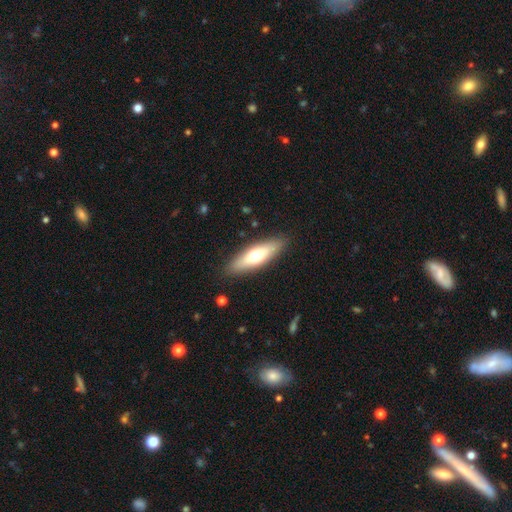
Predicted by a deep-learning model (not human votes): Morphology: type=smooth (57%); roundness=cigar-shaped (55%); merging=none (88%).